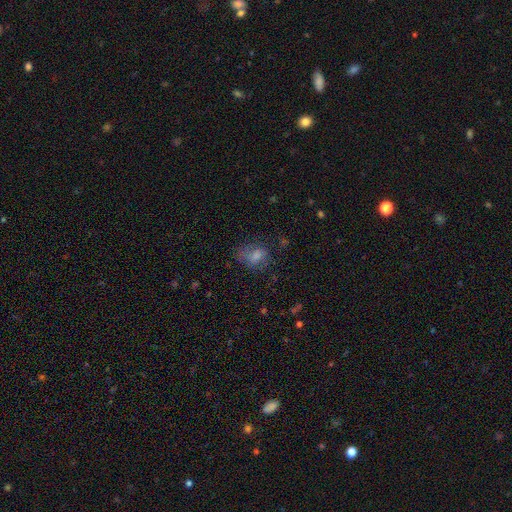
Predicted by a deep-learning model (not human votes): Overall: smooth (67%). How rounded: in between (75%). Merging: none (46%; minor disturbance 27%).